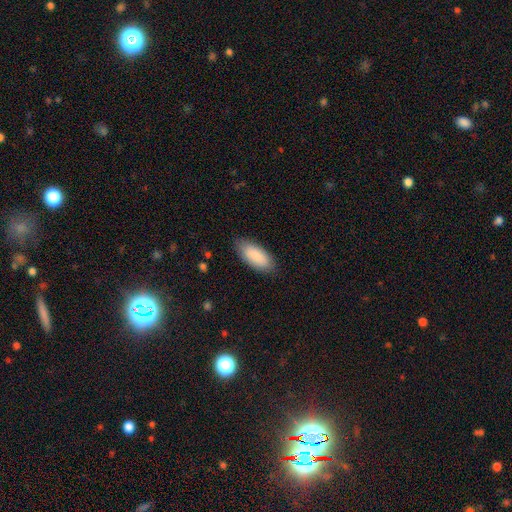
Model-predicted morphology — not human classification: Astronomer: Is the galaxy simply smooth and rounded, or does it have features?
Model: smooth — 89%.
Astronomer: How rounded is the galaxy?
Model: in between — 88%.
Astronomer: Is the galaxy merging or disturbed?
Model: none — 83%.